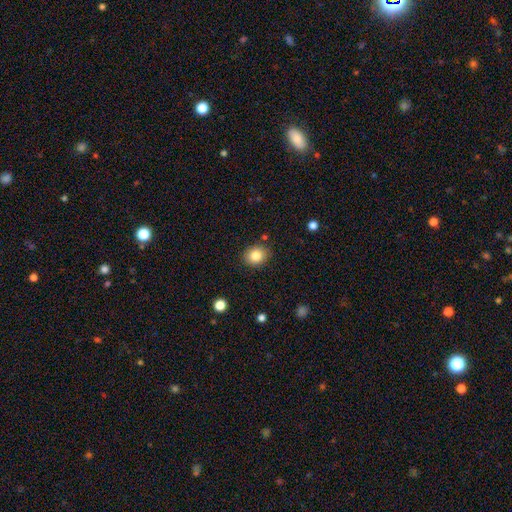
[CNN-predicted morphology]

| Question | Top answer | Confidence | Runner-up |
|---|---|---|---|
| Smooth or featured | smooth | 84% | star or artifact (10%) |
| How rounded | round | 66% | in between (33%) |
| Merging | none | 87% | minor disturbance (9%) |